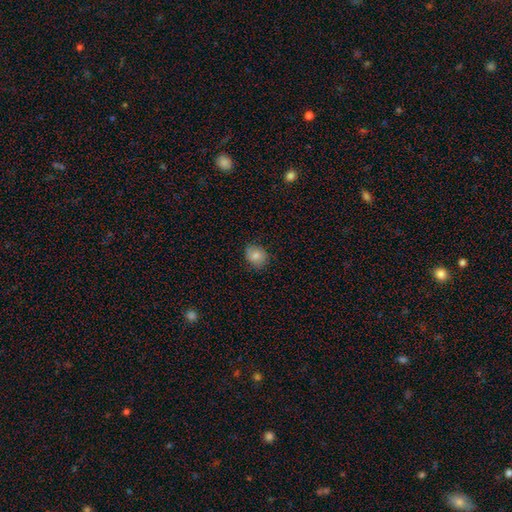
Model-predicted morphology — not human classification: smooth-or-featured: smooth: 79% | featured or disk: 12% | star or artifact: 9%
  how-rounded: round: 68% | in between: 31% | cigar-shaped: 1%
  merging: none: 82% | minor disturbance: 15% | major disturbance: 3% | merger: 1%